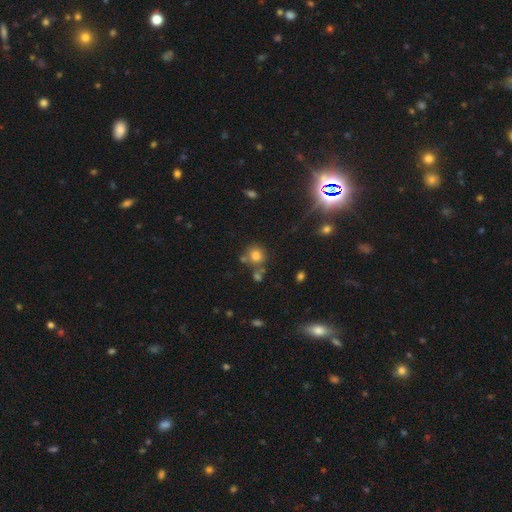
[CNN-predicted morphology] Q: Smooth or featured?
A: smooth (77%); runner-up: star or artifact (15%)
Q: How rounded?
A: round (85%); runner-up: in between (14%)
Q: Merging?
A: none (62%); runner-up: merger (21%)